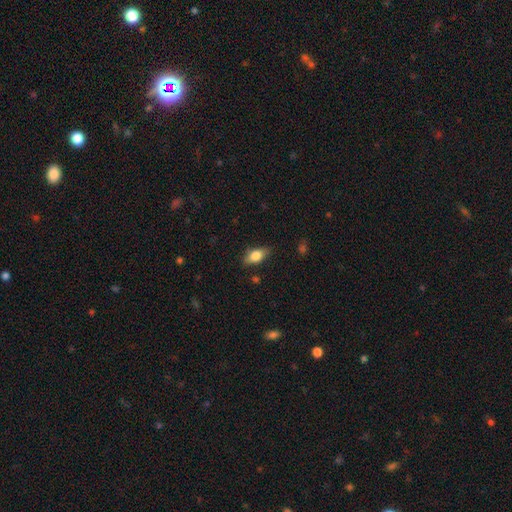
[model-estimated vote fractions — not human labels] smooth_or_featured: smooth (p=0.74) [alt: featured or disk p=0.18]
how_rounded: in between (p=0.83) [alt: cigar-shaped p=0.10]
merging: none (p=0.78) [alt: minor disturbance p=0.17]